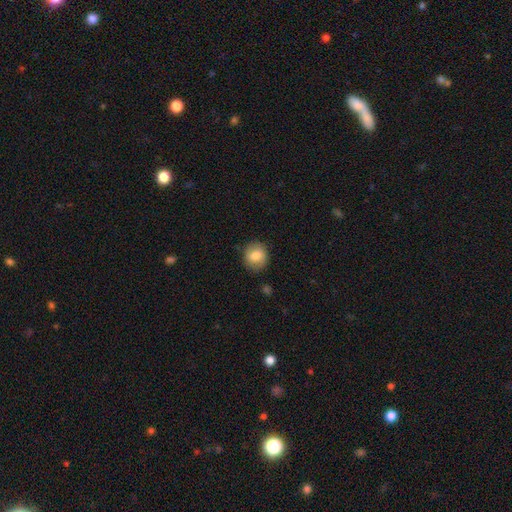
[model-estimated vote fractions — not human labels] Smooth or featured? smooth (79%)
How rounded? round (81%)
Merging? none (85%)